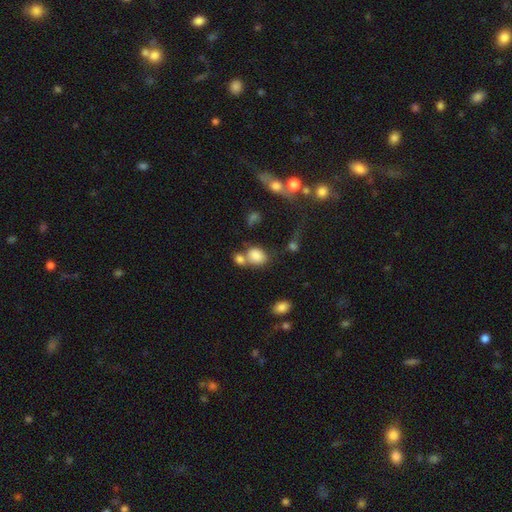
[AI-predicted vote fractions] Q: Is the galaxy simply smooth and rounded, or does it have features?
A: smooth — 81%.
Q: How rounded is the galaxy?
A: in between — 61%.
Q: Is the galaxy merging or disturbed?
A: merger — 43%.